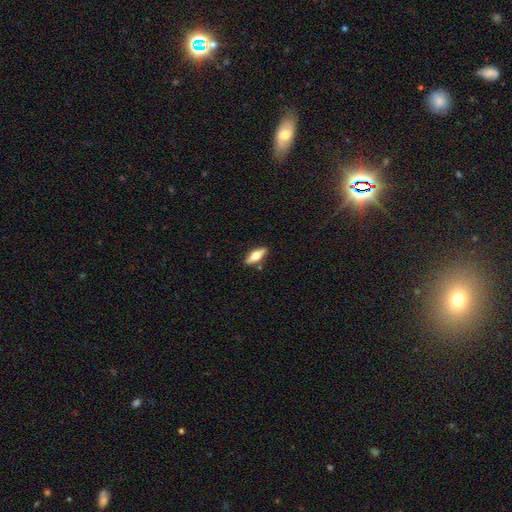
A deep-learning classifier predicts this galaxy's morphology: This is possibly a featured or disk galaxy (51%). It is clearly viewed edge-on (92%). Merging: clearly none (86%).